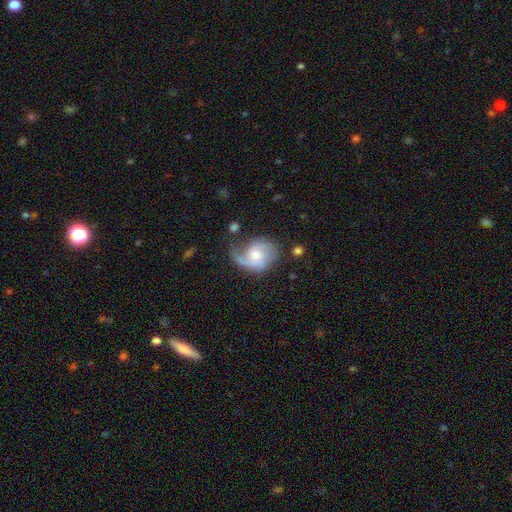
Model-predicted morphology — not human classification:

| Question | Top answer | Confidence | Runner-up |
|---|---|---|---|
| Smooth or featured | featured or disk | 73% | smooth (21%) |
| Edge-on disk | no | 97% | yes (3%) |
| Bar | no | 68% | weak (28%) |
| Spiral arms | yes | 91% | no (9%) |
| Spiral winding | medium | 43% | loose (35%) |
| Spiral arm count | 2 | 43% | 1 (36%) |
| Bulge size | moderate | 56% | small (31%) |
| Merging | none | 45% | minor disturbance (26%) |